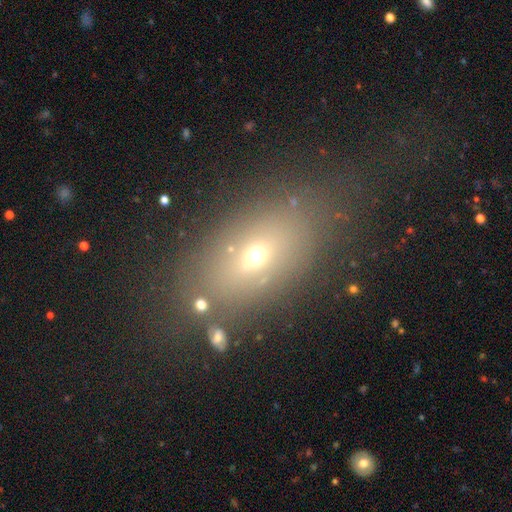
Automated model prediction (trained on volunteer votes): A smooth galaxy with no disk features (58%) that is in between round and cigar-shaped (77%). Merging: none (68%).